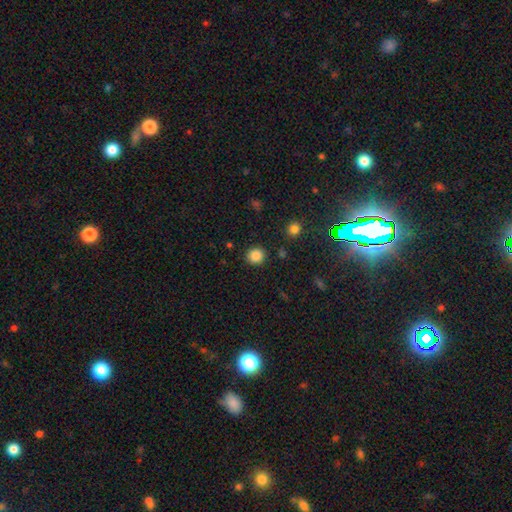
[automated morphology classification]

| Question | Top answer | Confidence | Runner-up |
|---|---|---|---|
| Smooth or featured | smooth | 85% | star or artifact (11%) |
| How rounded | round | 90% | in between (10%) |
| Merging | none | 90% | minor disturbance (6%) |